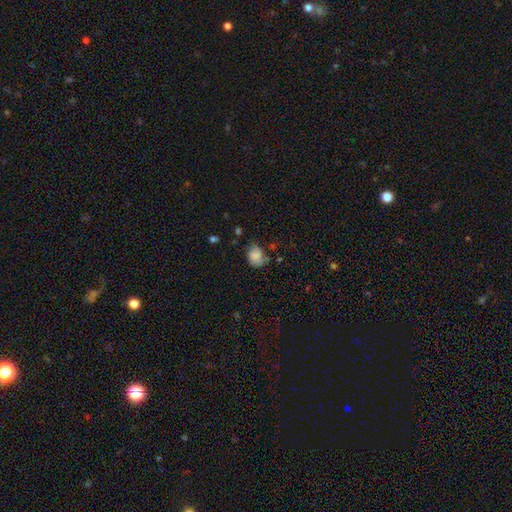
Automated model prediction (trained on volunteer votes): Smooth or featured?
  - smooth: 72% *
  - featured or disk: 18%
  - star or artifact: 10%
How rounded?
  - in between: 54% *
  - round: 45%
  - cigar-shaped: 1%
Merging?
  - none: 52% *
  - minor disturbance: 32%
  - major disturbance: 12%
  - merger: 5%